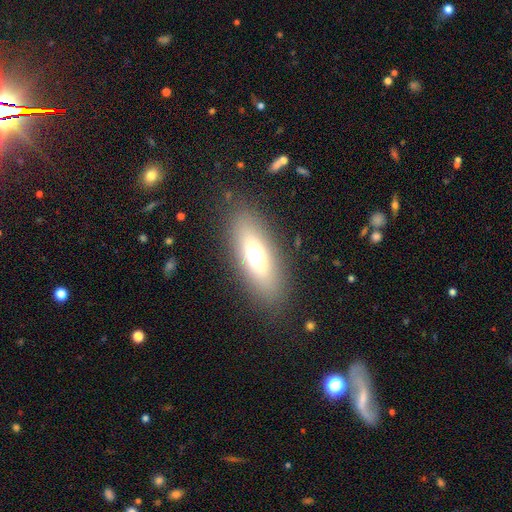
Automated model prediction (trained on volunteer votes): Smooth or featured?
  - smooth: 63% *
  - featured or disk: 26%
  - star or artifact: 11%
How rounded?
  - in between: 70% *
  - cigar-shaped: 26%
  - round: 4%
Merging?
  - none: 84% *
  - minor disturbance: 9%
  - major disturbance: 5%
  - merger: 2%